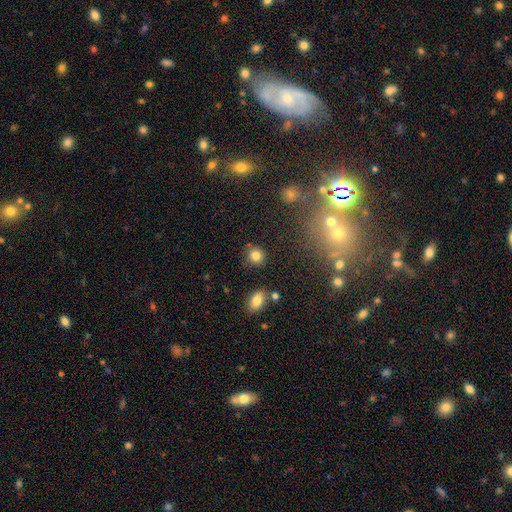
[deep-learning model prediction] A smooth galaxy with no disk features (82%) that is round (86%). Merging: none (83%).